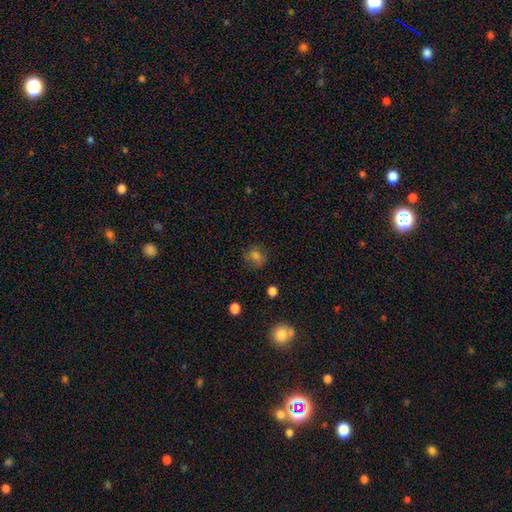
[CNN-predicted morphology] This is likely a smooth galaxy (73%). How rounded: likely round (63%). Merging: likely none (70%).